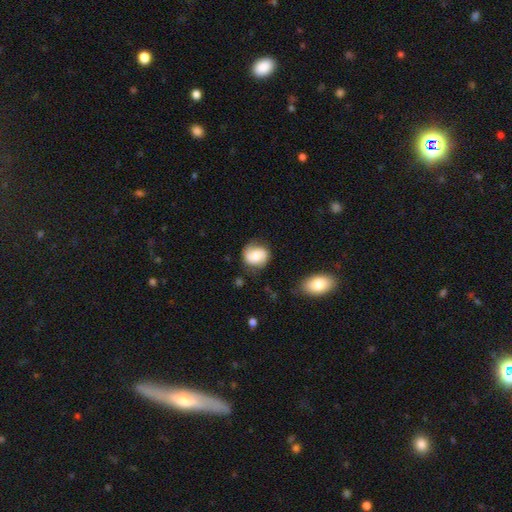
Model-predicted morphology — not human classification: A smooth galaxy with no disk features (56%) that is round (74%).

Vote fractions:
- Smooth or featured? smooth: 56% / featured or disk: 36% / star or artifact: 8%
- How rounded? round: 74% / in between: 25% / cigar-shaped: 1%
- Merging? none: 74% / minor disturbance: 18% / major disturbance: 5% / merger: 2%